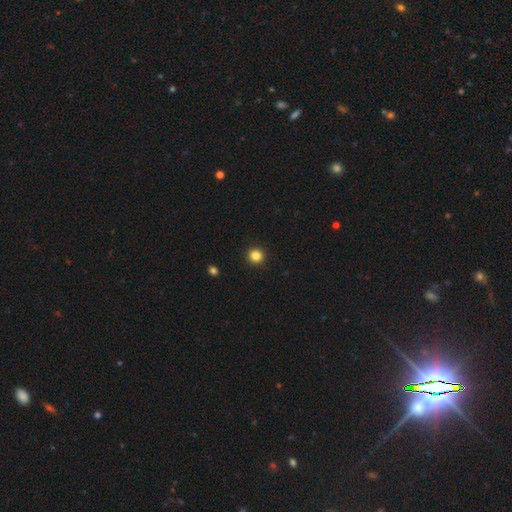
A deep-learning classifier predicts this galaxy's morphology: Smooth or featured?
  - smooth: 84% *
  - star or artifact: 11%
  - featured or disk: 4%
How rounded?
  - round: 95% *
  - in between: 4%
  - cigar-shaped: 1%
Merging?
  - none: 93% *
  - minor disturbance: 4%
  - major disturbance: 2%
  - merger: 1%